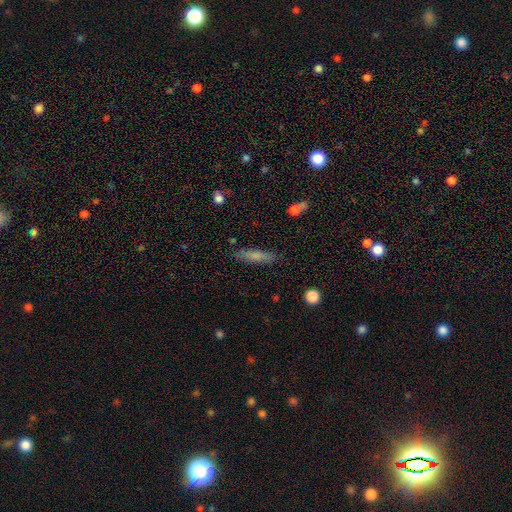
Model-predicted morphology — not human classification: smooth-or-featured: smooth: 73% | featured or disk: 20% | star or artifact: 8%
  how-rounded: cigar-shaped: 78% | in between: 20% | round: 2%
  merging: none: 85% | minor disturbance: 11% | major disturbance: 3% | merger: 2%